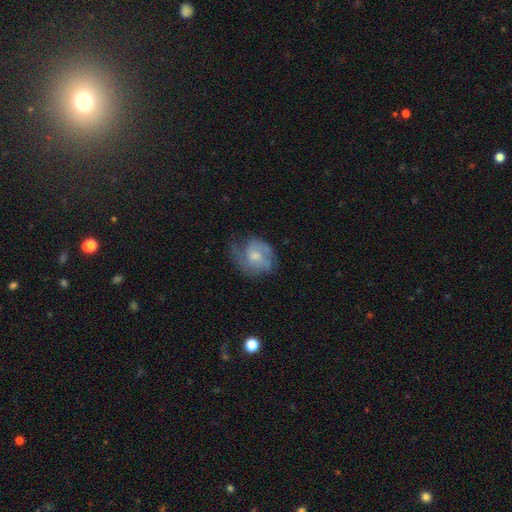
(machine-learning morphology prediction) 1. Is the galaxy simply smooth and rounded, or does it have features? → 58% featured or disk, 35% smooth, 7% star or artifact.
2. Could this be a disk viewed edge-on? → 97% no, 3% yes.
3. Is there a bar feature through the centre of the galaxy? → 58% no, 37% weak, 5% strong.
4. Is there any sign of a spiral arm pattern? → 81% yes, 19% no.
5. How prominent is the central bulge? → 46% moderate, 39% small, 9% none, 4% large, 1% dominant.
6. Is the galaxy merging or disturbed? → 48% none, 29% minor disturbance, 21% major disturbance, 2% merger.